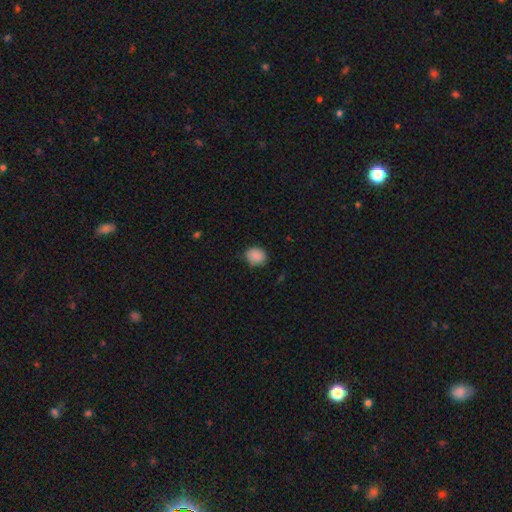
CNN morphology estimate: Overall: smooth (88%). How rounded: round (63%; in between 36%). Merging: none (80%).